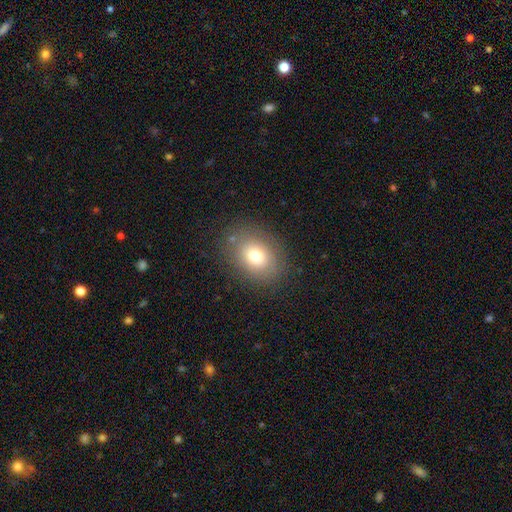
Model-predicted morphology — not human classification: A smooth galaxy with no disk features (74%) that is in between round and cigar-shaped (62%).

Vote fractions:
- Smooth or featured? smooth: 74% / featured or disk: 14% / star or artifact: 12%
- How rounded? in between: 62% / round: 37% / cigar-shaped: 1%
- Merging? none: 82% / minor disturbance: 11% / major disturbance: 5% / merger: 2%